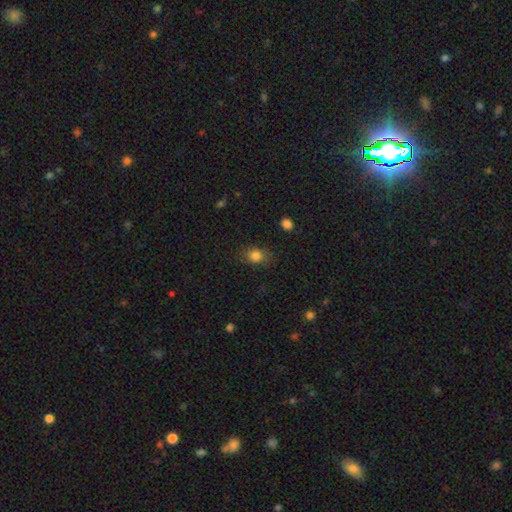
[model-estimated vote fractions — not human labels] Smooth or featured: smooth — 82% (star or artifact — 11%)
How rounded: round — 50% (in between — 48%)
Merging: none — 76% (minor disturbance — 17%)